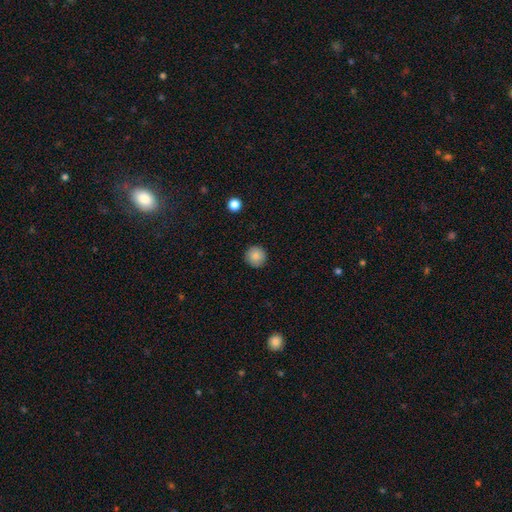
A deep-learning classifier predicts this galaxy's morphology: smooth 86%, star or artifact 9%, featured or disk 5%. Down the decision tree: how rounded — round (95%); merging — none (91%).